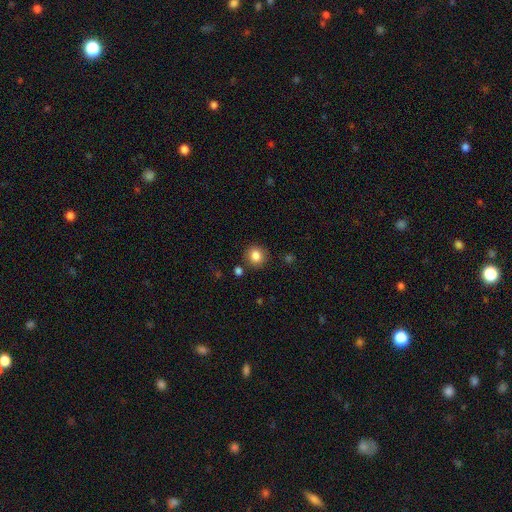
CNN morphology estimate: Smooth or featured: smooth — 84% (star or artifact — 10%)
How rounded: round — 86% (in between — 13%)
Merging: none — 87% (minor disturbance — 7%)